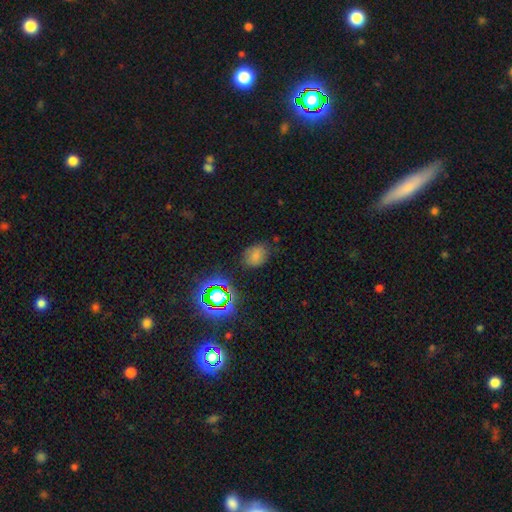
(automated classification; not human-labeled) This is likely a smooth galaxy (70%). How rounded: possibly in between (59%). Merging: likely none (74%).